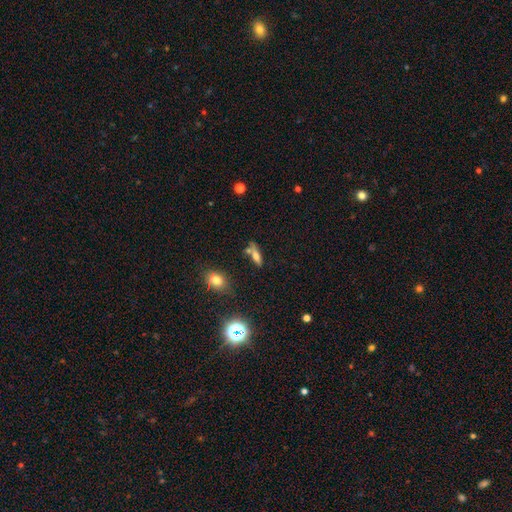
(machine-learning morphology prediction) This appears to be a smooth galaxy with no disk features (62%) that is in between round and cigar-shaped (50%). Merging: none (49%).